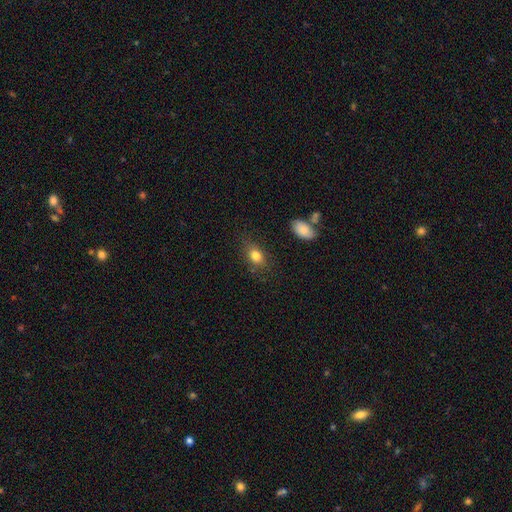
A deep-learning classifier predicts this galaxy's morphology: Q: Smooth or featured?
A: smooth (81%); runner-up: star or artifact (9%)
Q: How rounded?
A: in between (72%); runner-up: round (25%)
Q: Merging?
A: none (76%); runner-up: minor disturbance (17%)